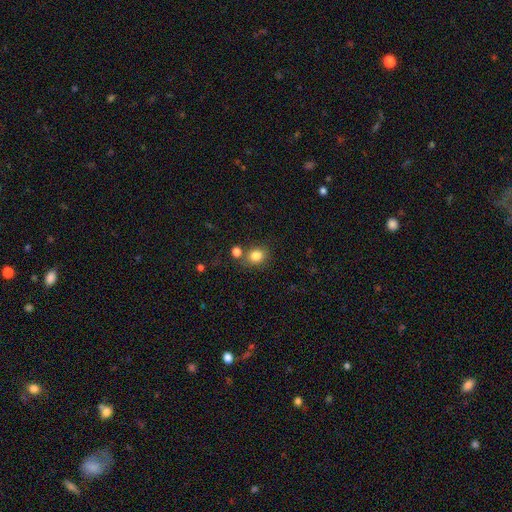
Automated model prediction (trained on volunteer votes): Smooth or featured? smooth (83%)
How rounded? round (63%)
Merging? none (70%)